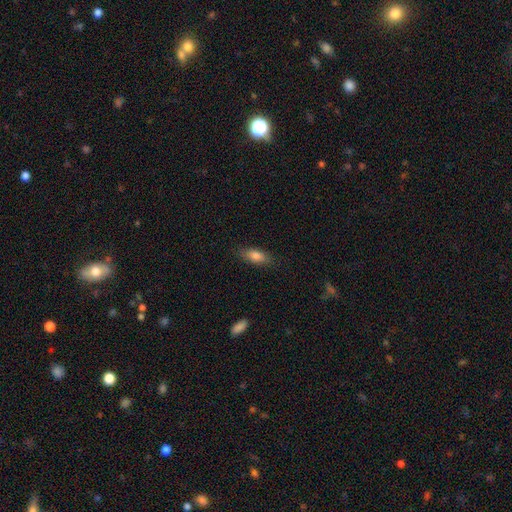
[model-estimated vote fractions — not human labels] A smooth galaxy with no disk features (81%) that is in between round and cigar-shaped (77%). Merging: none (84%).